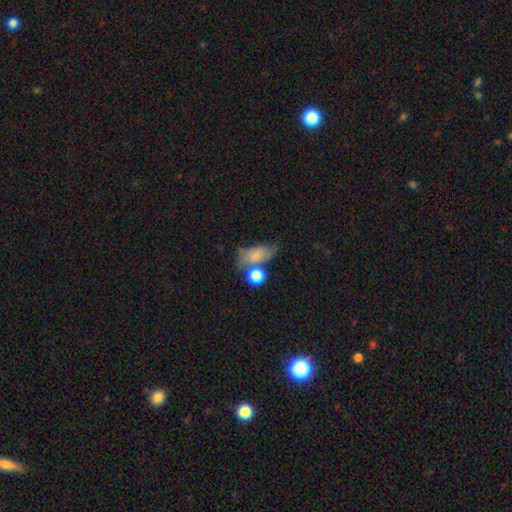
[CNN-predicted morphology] smooth 71%, featured or disk 20%, star or artifact 10%. Down the decision tree: how rounded — in between (78%); merging — none (39%).